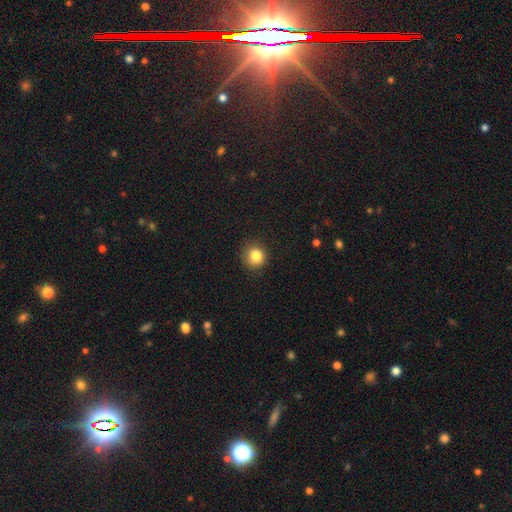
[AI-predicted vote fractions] Morphology: type=smooth (83%); roundness=round (89%); merging=none (85%).